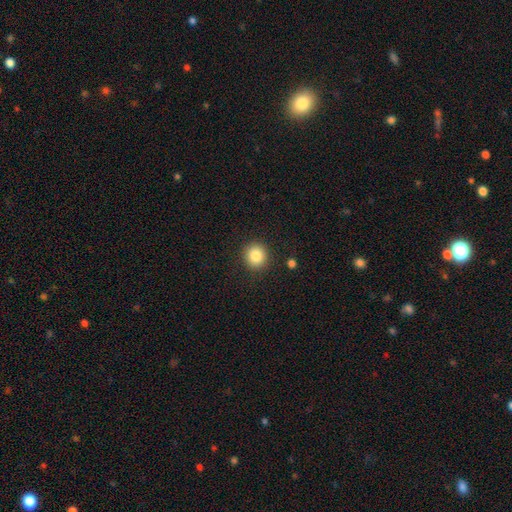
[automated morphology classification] smooth_or_featured: smooth (p=0.85) [alt: star or artifact p=0.09]
how_rounded: round (p=0.88) [alt: in between p=0.11]
merging: none (p=0.90) [alt: minor disturbance p=0.07]